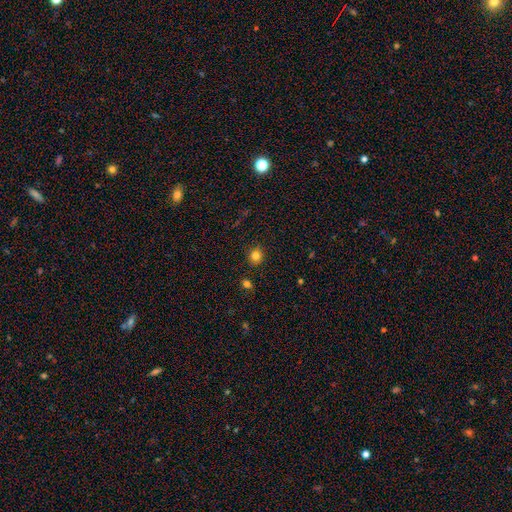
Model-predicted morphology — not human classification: This is clearly a smooth galaxy (82%). How rounded: clearly round (84%). Merging: clearly none (89%).